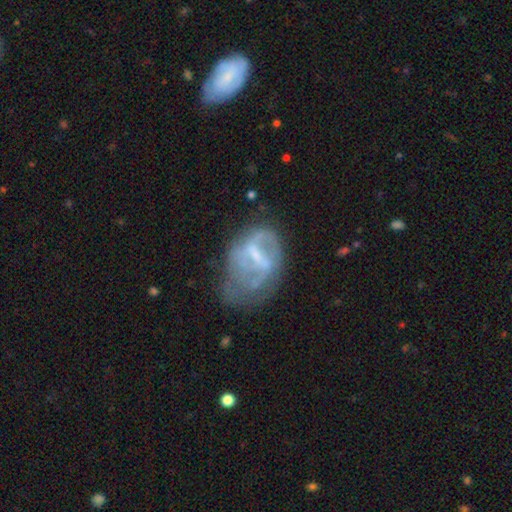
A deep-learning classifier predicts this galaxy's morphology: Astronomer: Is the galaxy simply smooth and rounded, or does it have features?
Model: featured or disk — 69%.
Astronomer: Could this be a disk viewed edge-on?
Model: no — 97%.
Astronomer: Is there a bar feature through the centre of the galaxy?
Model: weak — 42% (runner-up: strong, 38%).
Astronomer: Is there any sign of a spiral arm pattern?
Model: no — 53% (runner-up: yes, 47%).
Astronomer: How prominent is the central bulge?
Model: none — 36% (runner-up: small, 35%).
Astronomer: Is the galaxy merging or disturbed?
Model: major disturbance — 36% (runner-up: none, 32%).